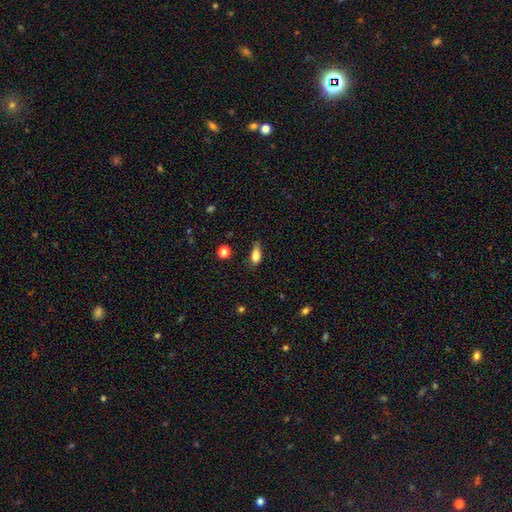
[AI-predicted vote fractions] Morphology: type=smooth (81%); roundness=in between (80%); merging=none (55%).